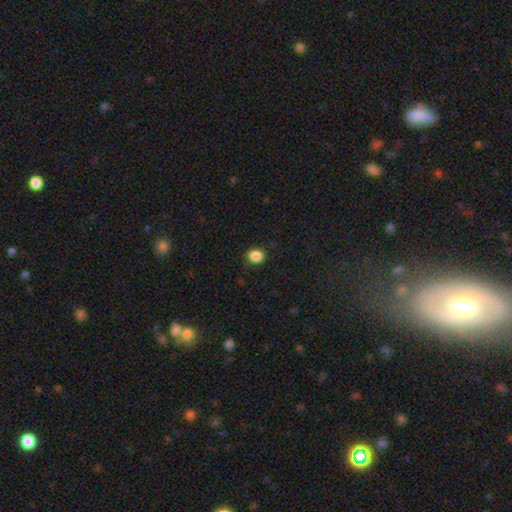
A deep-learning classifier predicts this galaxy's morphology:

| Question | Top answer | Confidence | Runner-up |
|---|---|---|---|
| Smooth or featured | smooth | 87% | star or artifact (10%) |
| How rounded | round | 66% | in between (33%) |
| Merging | none | 87% | minor disturbance (9%) |